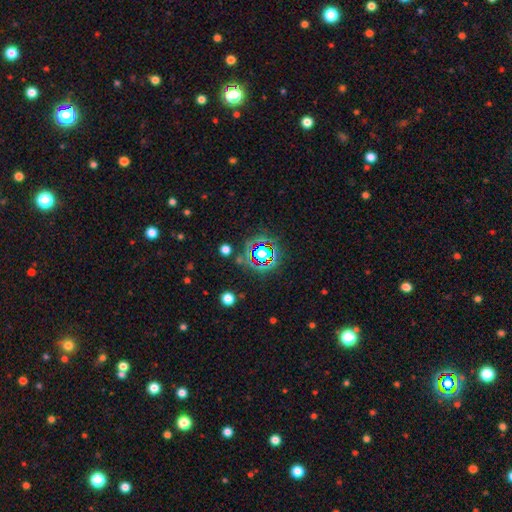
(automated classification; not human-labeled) The model was most divided on "smooth or featured": star or artifact: 77%, smooth: 14%, featured or disk: 9%.